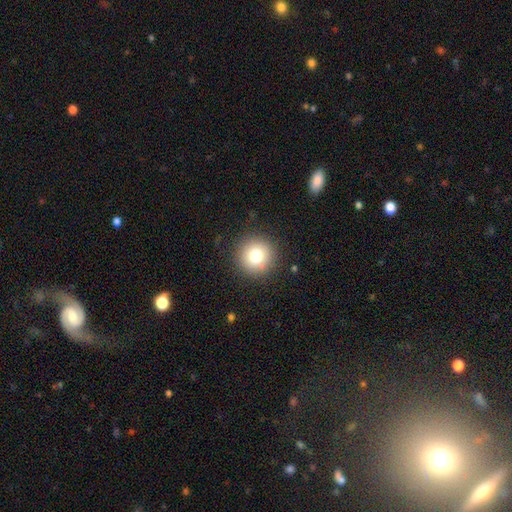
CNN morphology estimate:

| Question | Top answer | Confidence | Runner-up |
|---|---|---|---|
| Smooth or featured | smooth | 77% | star or artifact (12%) |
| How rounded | round | 96% | in between (3%) |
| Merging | none | 90% | minor disturbance (6%) |